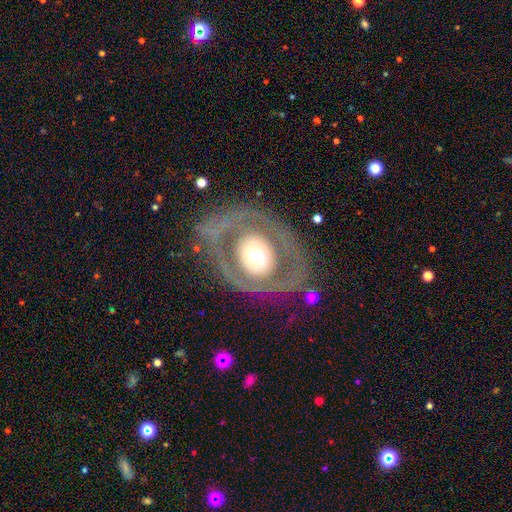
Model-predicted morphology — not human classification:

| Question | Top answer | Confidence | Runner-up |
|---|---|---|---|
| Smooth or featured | featured or disk | 61% | smooth (32%) |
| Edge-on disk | no | 94% | yes (6%) |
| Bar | no | 87% | weak (9%) |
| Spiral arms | no | 78% | yes (22%) |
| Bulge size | moderate | 42% | large (41%) |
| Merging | none | 74% | major disturbance (12%) |